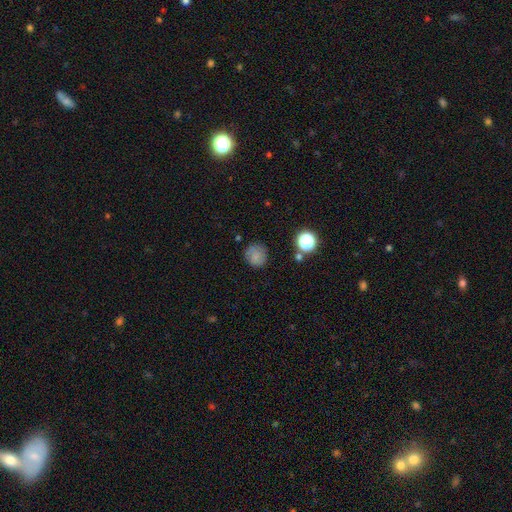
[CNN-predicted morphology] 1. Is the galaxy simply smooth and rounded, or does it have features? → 76% smooth, 14% star or artifact, 10% featured or disk.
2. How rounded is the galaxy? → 88% round, 11% in between, 1% cigar-shaped.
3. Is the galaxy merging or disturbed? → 77% none, 16% minor disturbance, 5% major disturbance, 3% merger.